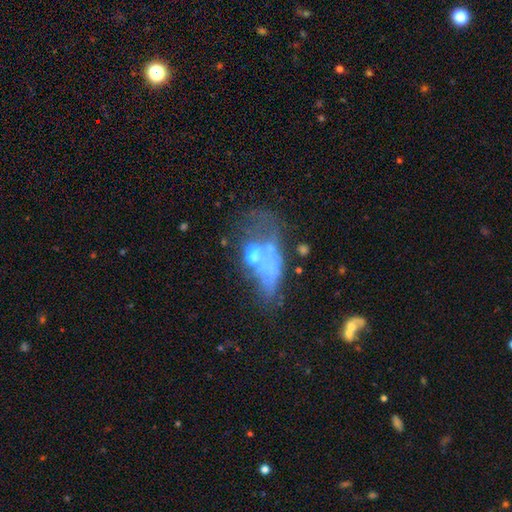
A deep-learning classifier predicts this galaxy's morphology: Q: Smooth or featured?
A: featured or disk (47%); runner-up: smooth (37%)
Q: Merging?
A: major disturbance (39%); runner-up: merger (29%)